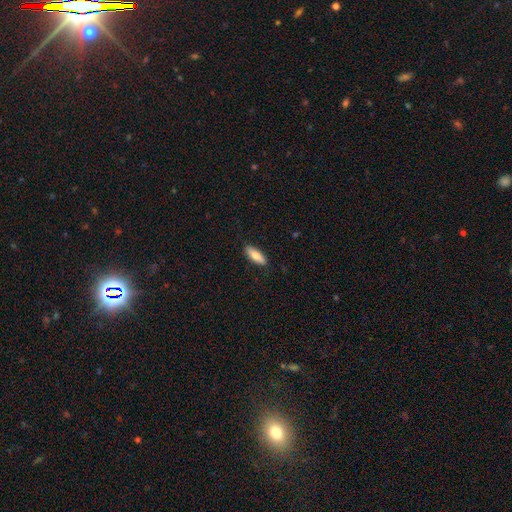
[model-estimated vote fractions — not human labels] Smooth or featured? smooth (76%)
How rounded? in between (60%)
Merging? none (88%)